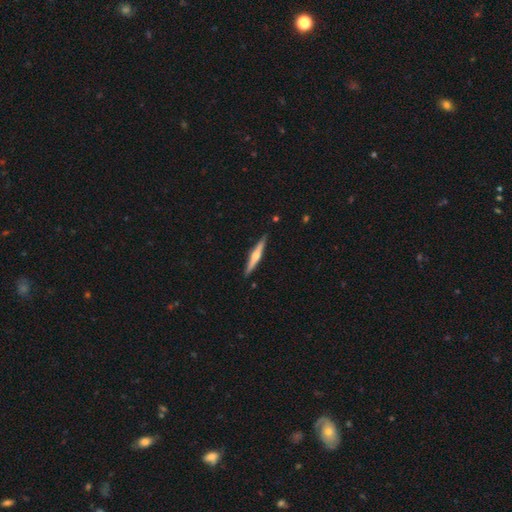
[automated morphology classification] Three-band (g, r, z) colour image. It shows a featured or disk galaxy (69%) viewed edge-on (98%) with a rounded central bulge (88%). Merging: none (90%).